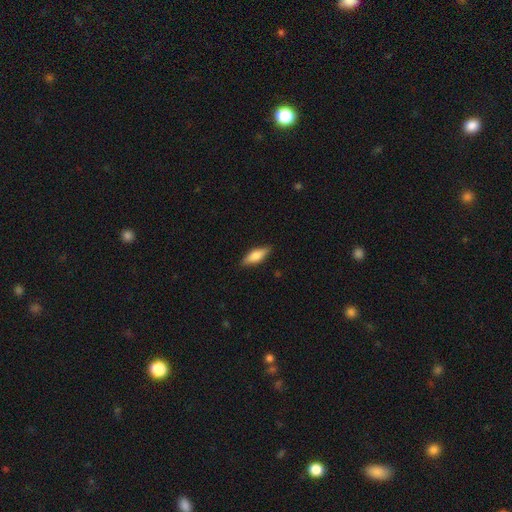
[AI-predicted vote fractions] Q: Smooth or featured?
A: smooth (68%); runner-up: featured or disk (26%)
Q: How rounded?
A: in between (56%); runner-up: cigar-shaped (42%)
Q: Merging?
A: none (87%); runner-up: minor disturbance (10%)